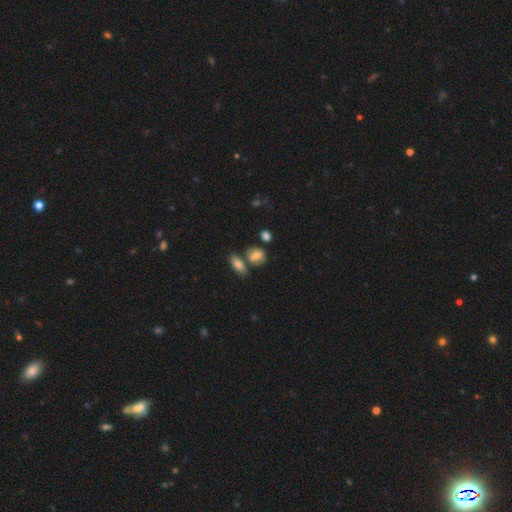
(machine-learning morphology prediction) This is likely a smooth galaxy (77%). How rounded: likely in between (62%). Merging: possibly none (52%).